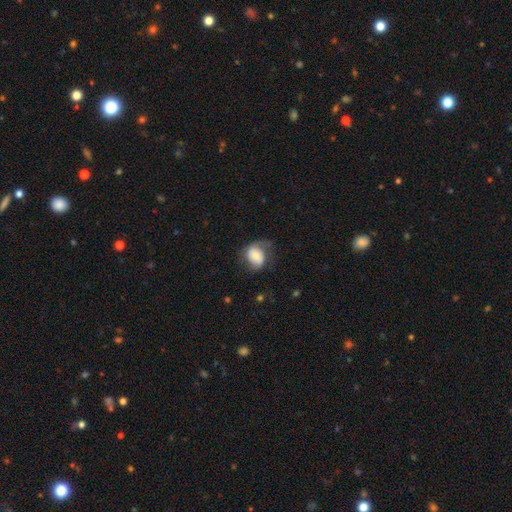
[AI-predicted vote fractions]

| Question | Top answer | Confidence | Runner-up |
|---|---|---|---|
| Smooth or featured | featured or disk | 46% | tied: smooth (46%) |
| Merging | none | 49% | minor disturbance (28%) |